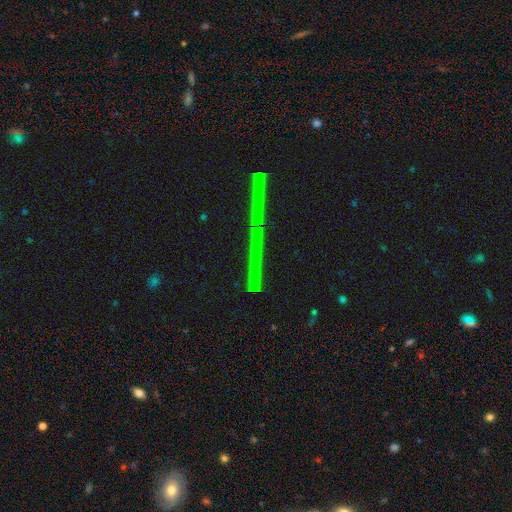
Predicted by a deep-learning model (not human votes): A featured or disk galaxy (60%) viewed edge-on (96%) with no central bulge (81%). Merging: none (91%).